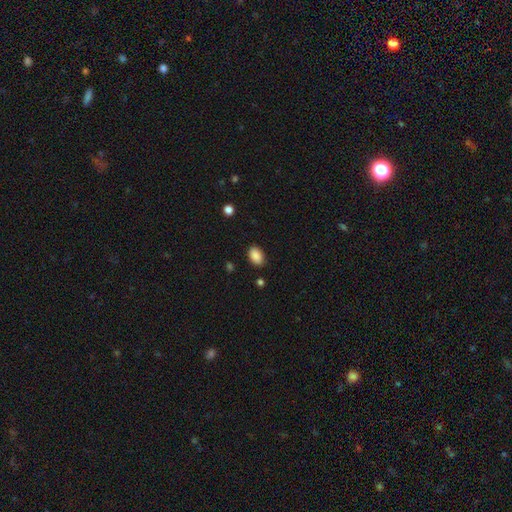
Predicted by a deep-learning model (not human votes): This is clearly a smooth galaxy (89%). How rounded: clearly in between (89%). Merging: clearly none (86%).